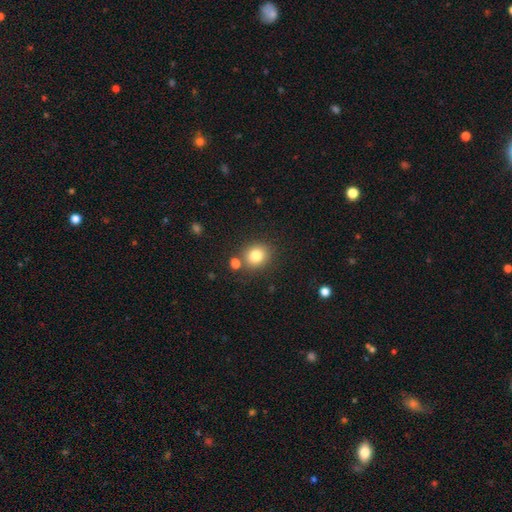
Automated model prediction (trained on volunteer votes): Smooth or featured? Predicted: smooth (p=0.81). How rounded? Predicted: round (p=0.78). Merging? Predicted: none (p=0.78).